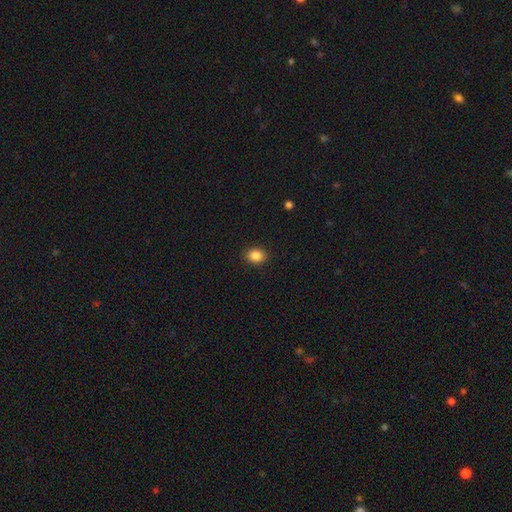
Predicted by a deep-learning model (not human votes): This is clearly a smooth galaxy (87%). How rounded: possibly in between (50%). Merging: clearly none (90%).